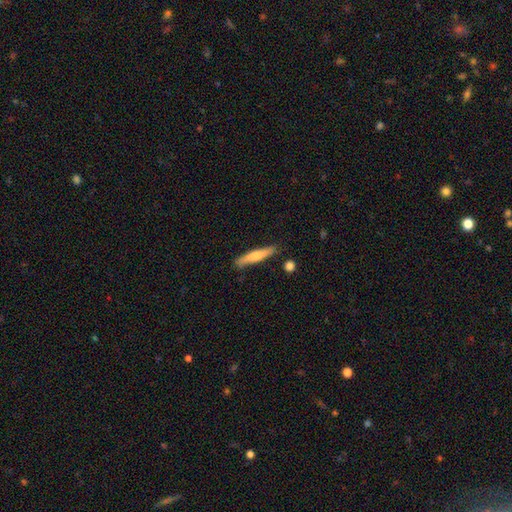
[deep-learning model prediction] smooth 62%, featured or disk 33%, star or artifact 5%. Down the decision tree: how rounded — cigar-shaped (90%); merging — none (82%).